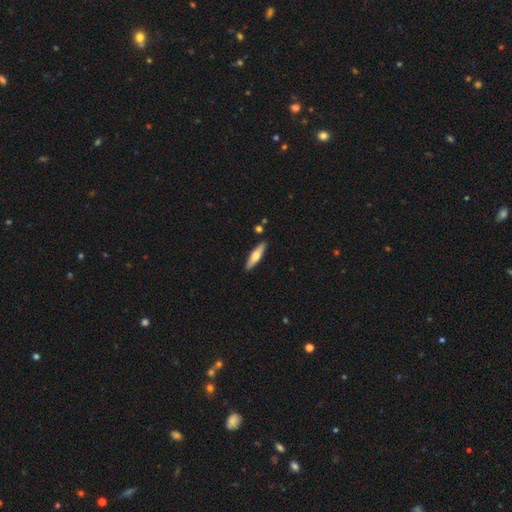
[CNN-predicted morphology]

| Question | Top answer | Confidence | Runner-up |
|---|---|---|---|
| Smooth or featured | smooth | 55% | featured or disk (39%) |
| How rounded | cigar-shaped | 74% | in between (24%) |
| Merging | none | 89% | minor disturbance (8%) |